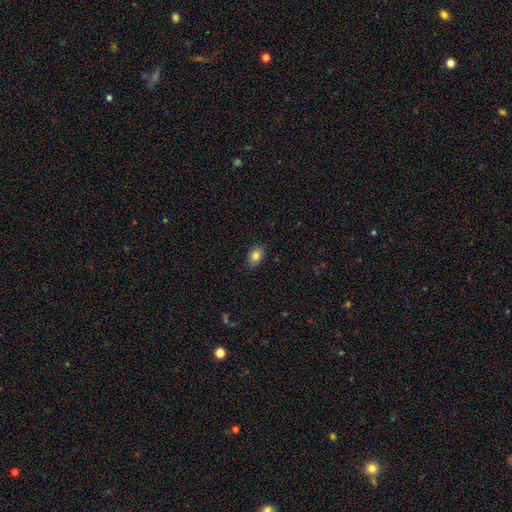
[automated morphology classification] smooth 82%, star or artifact 9%, featured or disk 8%. Down the decision tree: how rounded — in between (78%); merging — none (85%).